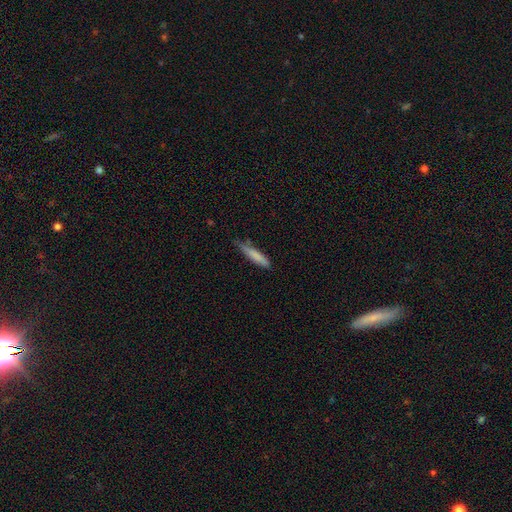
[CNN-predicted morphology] smooth 80%, featured or disk 14%, star or artifact 6%. Down the decision tree: how rounded — cigar-shaped (87%); merging — none (67%).